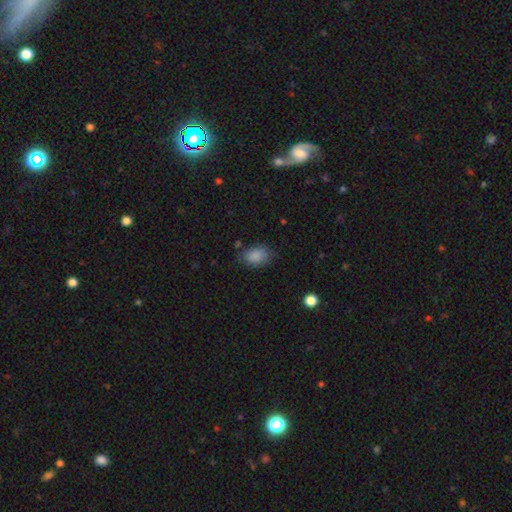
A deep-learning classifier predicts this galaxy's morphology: A smooth galaxy with no disk features (87%) that is in between round and cigar-shaped (82%). Merging: none (74%).